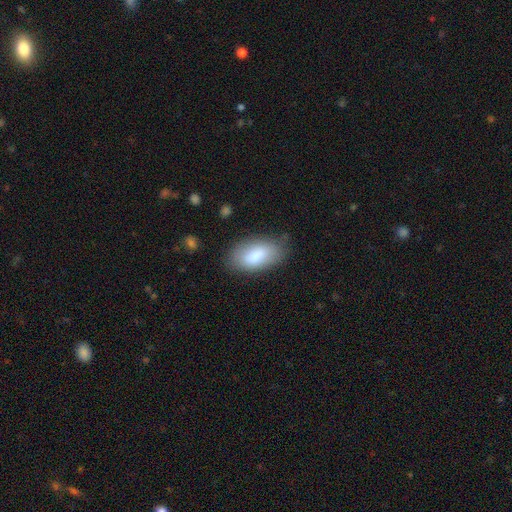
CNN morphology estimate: Overall: smooth (82%). How rounded: in between (93%). Merging: none (77%).